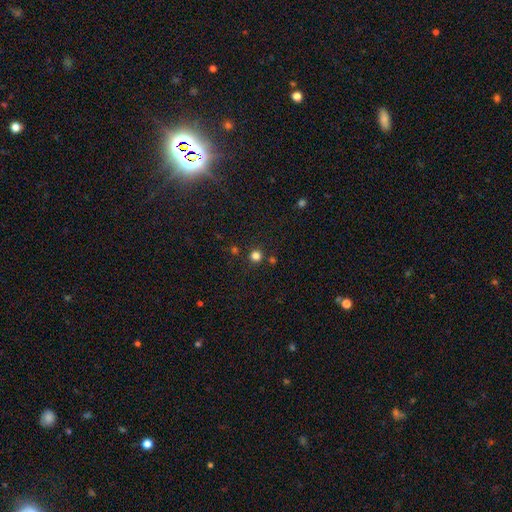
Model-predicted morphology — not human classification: This is likely a smooth galaxy (79%). How rounded: clearly round (94%). Merging: clearly none (86%).